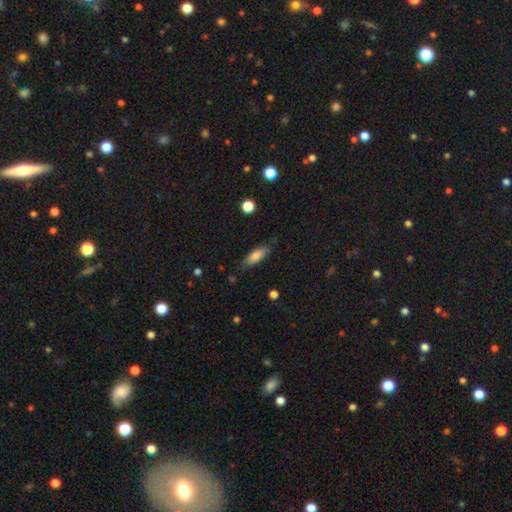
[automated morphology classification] The model was most divided on "how rounded": in between: 67%, cigar-shaped: 31%, round: 2%. More confident: smooth or featured — smooth (79%); merging — none (76%).